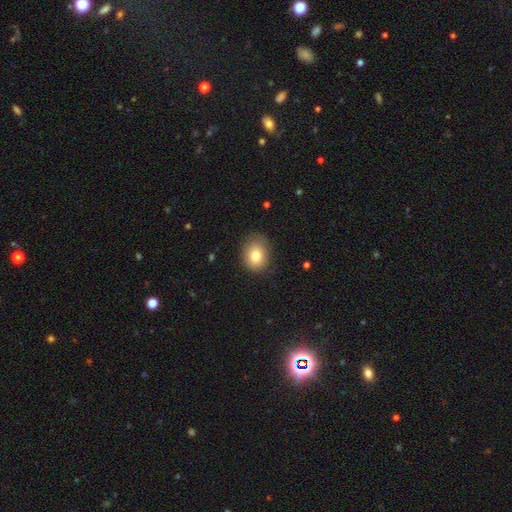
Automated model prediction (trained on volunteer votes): smooth_or_featured: smooth (p=0.80) [alt: featured or disk p=0.11]
how_rounded: round (p=0.52) [alt: in between p=0.48]
merging: none (p=0.80) [alt: minor disturbance p=0.15]